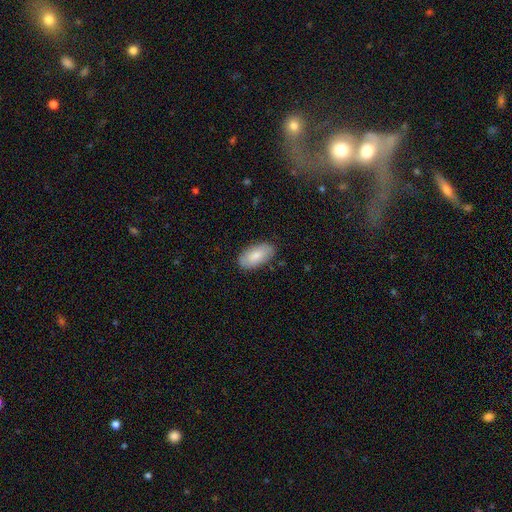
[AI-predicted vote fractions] smooth 78%, featured or disk 16%, star or artifact 6%. Down the decision tree: how rounded — in between (95%); merging — none (84%).